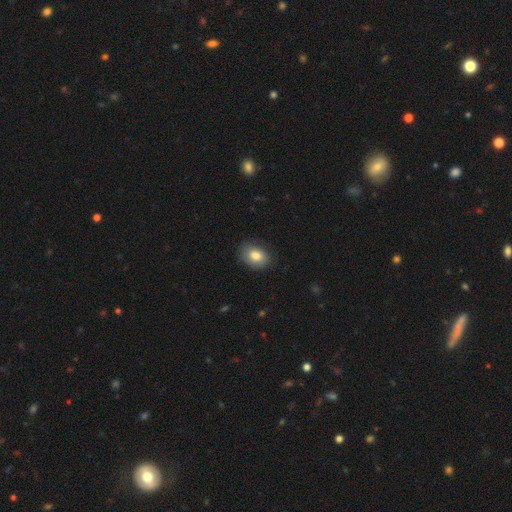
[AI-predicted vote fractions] Smooth or featured? smooth (80%)
How rounded? in between (71%)
Merging? none (79%)